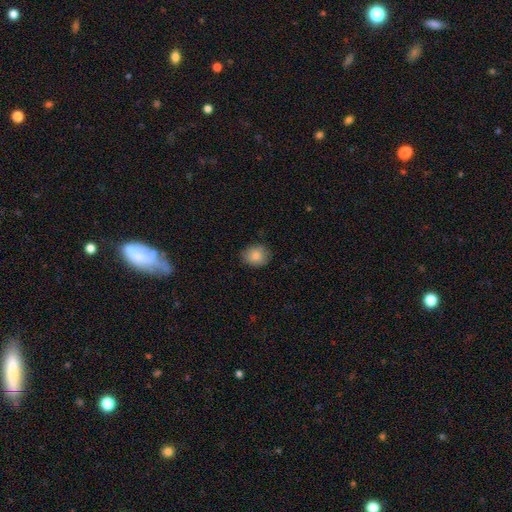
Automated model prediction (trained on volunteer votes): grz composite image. It shows a smooth galaxy with no disk features (84%) that is round (59%). Merging: none (81%).